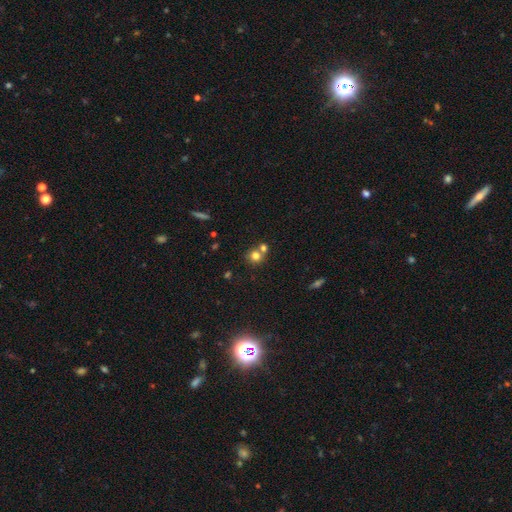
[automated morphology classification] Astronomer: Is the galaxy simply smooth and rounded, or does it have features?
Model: smooth — 76%.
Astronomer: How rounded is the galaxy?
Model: round — 86%.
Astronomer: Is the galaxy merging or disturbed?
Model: none — 51% (runner-up: merger, 40%).